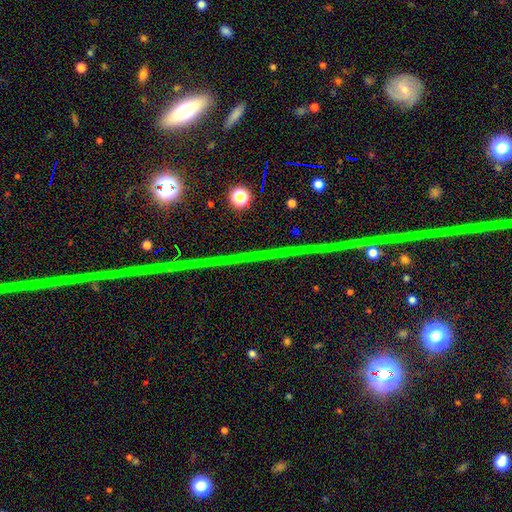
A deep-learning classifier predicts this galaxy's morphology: Smooth or featured: star or artifact — 72% (featured or disk — 16%)